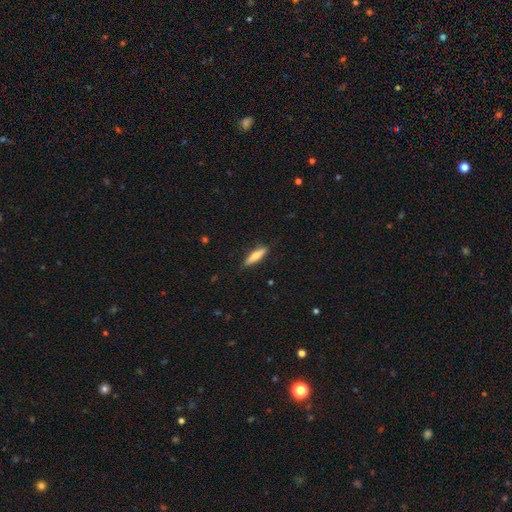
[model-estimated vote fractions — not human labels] A smooth galaxy with no disk features (63%) that is cigar-shaped (75%). Merging: none (85%).